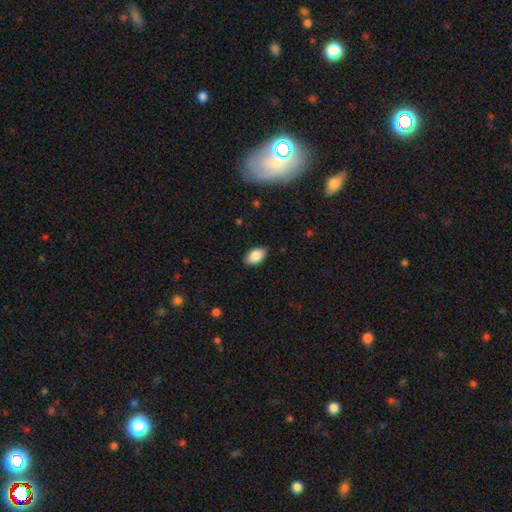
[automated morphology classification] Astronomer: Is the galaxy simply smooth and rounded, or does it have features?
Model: smooth — 86%.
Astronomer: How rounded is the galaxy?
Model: in between — 93%.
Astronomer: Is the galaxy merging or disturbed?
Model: none — 86%.